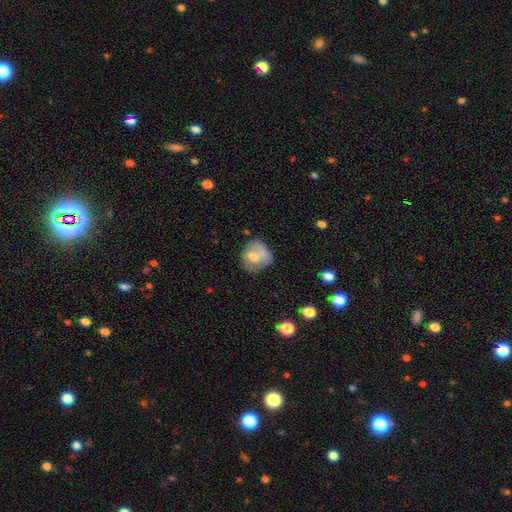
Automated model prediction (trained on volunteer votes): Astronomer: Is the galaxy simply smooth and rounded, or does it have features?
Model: smooth — 60%.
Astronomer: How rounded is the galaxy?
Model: round — 69%.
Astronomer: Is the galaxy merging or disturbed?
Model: none — 47% (runner-up: minor disturbance, 27%).